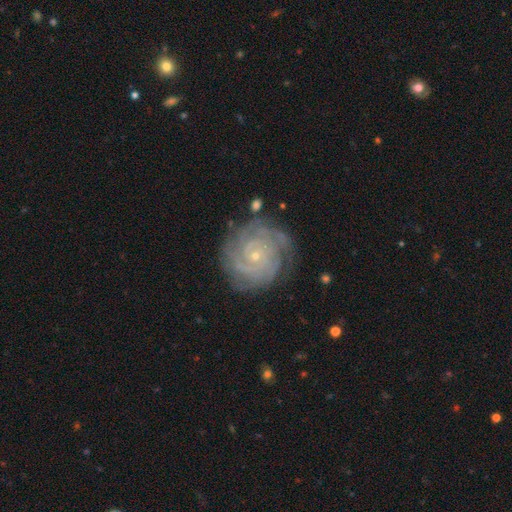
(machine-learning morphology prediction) This is clearly a featured or disk galaxy (85%). It is clearly not viewed edge-on (98%). Bar: likely no (78%). Spiral arm pattern: clearly yes (97%). Spiral arm count: marginally can't tell (24%). Spiral winding: clearly tight (82%). Central bulge: clearly small (85%). Merging: likely none (80%).